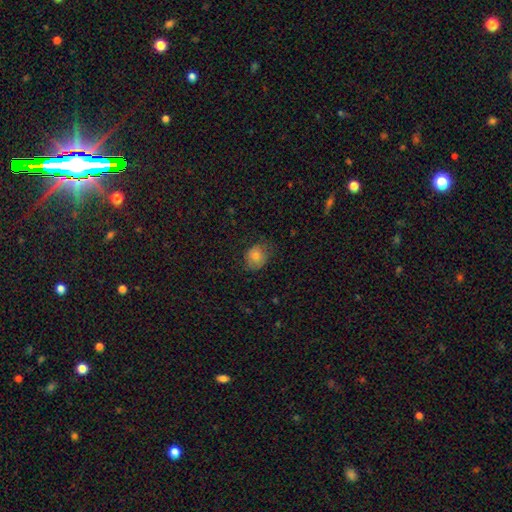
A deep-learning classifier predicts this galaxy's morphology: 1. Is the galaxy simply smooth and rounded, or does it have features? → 74% smooth, 15% featured or disk, 11% star or artifact.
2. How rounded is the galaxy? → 64% round, 35% in between, 1% cigar-shaped.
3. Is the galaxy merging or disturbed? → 69% none, 23% minor disturbance, 7% major disturbance, 1% merger.